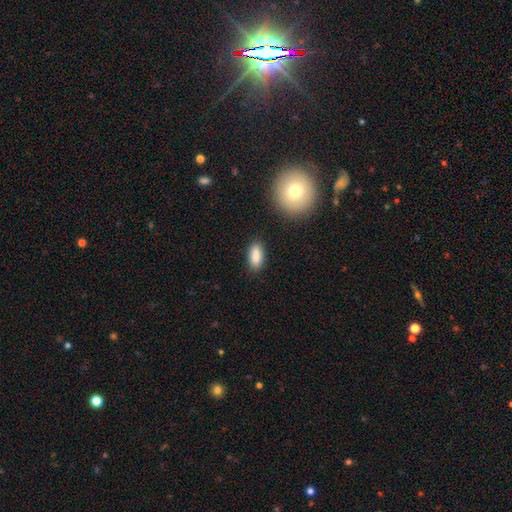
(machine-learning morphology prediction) smooth-or-featured: smooth: 88% | star or artifact: 7% | featured or disk: 5%
  how-rounded: in between: 86% | cigar-shaped: 10% | round: 3%
  merging: none: 84% | minor disturbance: 11% | major disturbance: 2% | merger: 2%